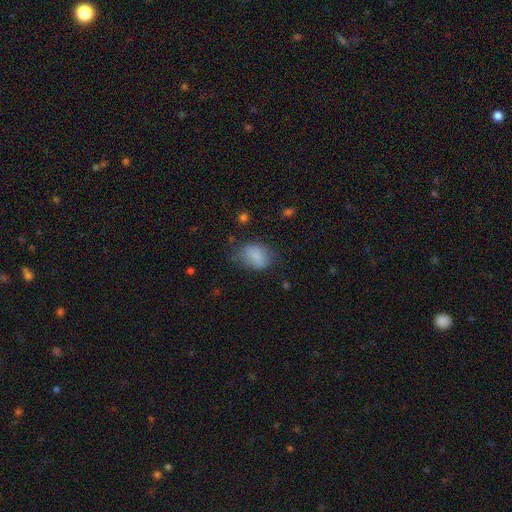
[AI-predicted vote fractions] This appears to be a smooth galaxy with no disk features (78%) that is in between round and cigar-shaped (70%). Merging: none (54%).